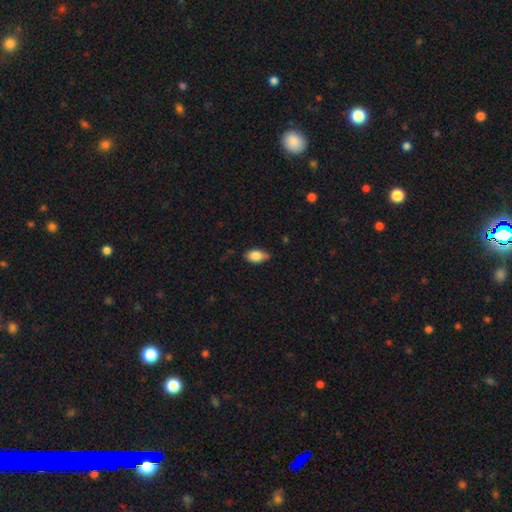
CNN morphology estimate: A smooth galaxy with no disk features (82%) that is in between round and cigar-shaped (90%).

Vote fractions:
- Smooth or featured? smooth: 82% / featured or disk: 11% / star or artifact: 7%
- How rounded? in between: 90% / round: 6% / cigar-shaped: 4%
- Merging? none: 68% / minor disturbance: 27% / major disturbance: 4% / merger: 1%